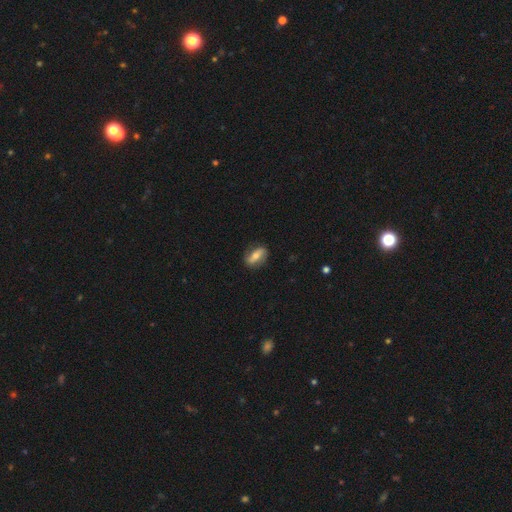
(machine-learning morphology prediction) The model was most divided on "smooth or featured": smooth: 47%, featured or disk: 46%, star or artifact: 7%. More confident: merging — none (80%).